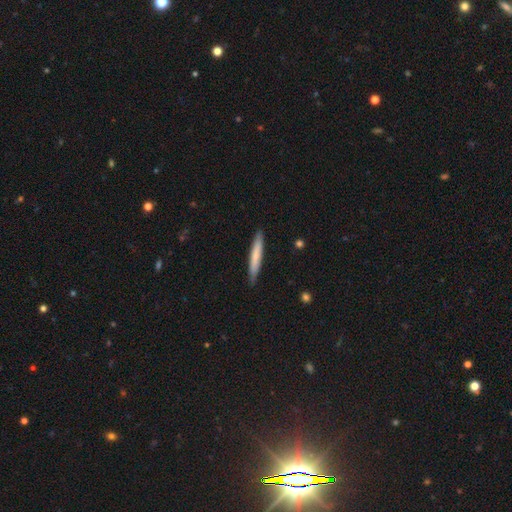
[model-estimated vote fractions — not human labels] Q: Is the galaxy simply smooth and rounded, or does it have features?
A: smooth — 71%.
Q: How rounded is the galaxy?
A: cigar-shaped — 94%.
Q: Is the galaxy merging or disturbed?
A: none — 88%.